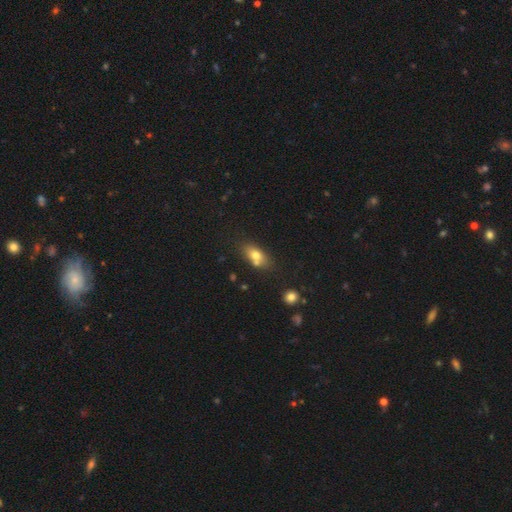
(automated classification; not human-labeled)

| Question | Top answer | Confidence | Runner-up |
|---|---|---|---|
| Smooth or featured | smooth | 72% | featured or disk (18%) |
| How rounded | in between | 80% | round (12%) |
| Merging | none | 59% | merger (22%) |